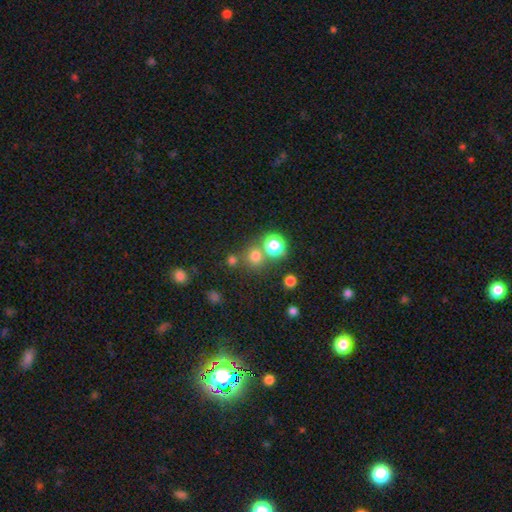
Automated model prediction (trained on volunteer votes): Smooth or featured: smooth — 70% (star or artifact — 23%)
How rounded: round — 90% (in between — 9%)
Merging: none — 69% (merger — 20%)